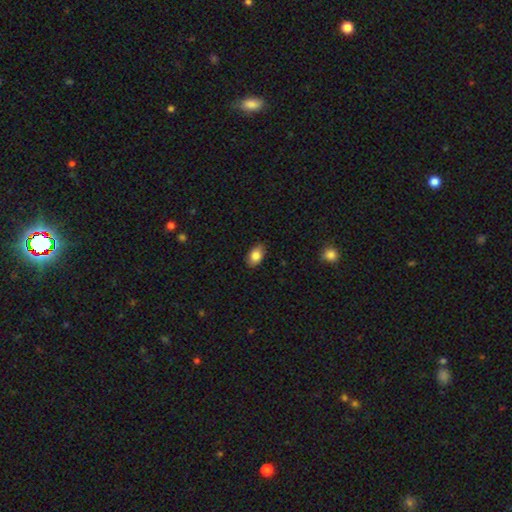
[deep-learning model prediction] A smooth galaxy with no disk features (85%) that is in between round and cigar-shaped (89%).

Vote fractions:
- Smooth or featured? smooth: 85% / star or artifact: 7% / featured or disk: 7%
- How rounded? in between: 89% / round: 9% / cigar-shaped: 2%
- Merging? none: 84% / minor disturbance: 13% / major disturbance: 2% / merger: 1%